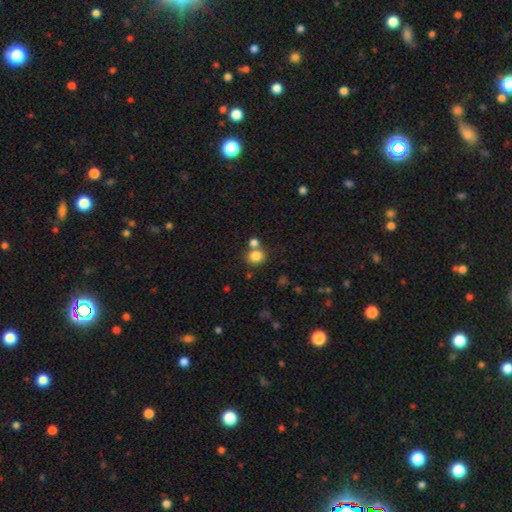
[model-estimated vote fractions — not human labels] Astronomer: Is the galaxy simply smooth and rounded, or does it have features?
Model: smooth — 82%.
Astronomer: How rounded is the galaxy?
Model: round — 76%.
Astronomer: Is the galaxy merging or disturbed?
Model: none — 61%.